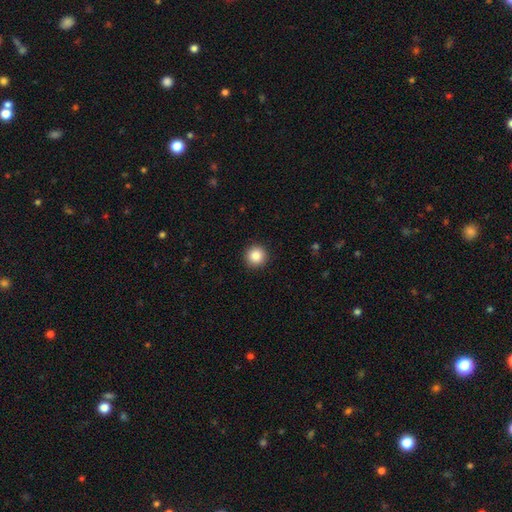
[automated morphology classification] The model was most divided on "smooth or featured": smooth: 87%, star or artifact: 9%, featured or disk: 4%. More confident: how rounded — round (96%); merging — none (93%).